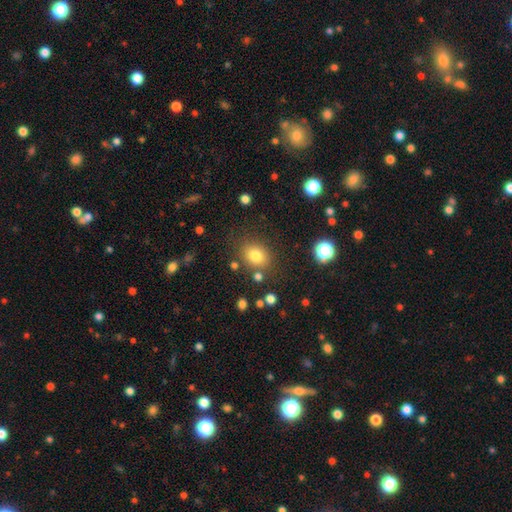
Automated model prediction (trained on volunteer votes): A smooth galaxy with no disk features (79%) that is round (56%).

Vote fractions:
- Smooth or featured? smooth: 79% / star or artifact: 13% / featured or disk: 8%
- How rounded? round: 56% / in between: 43% / cigar-shaped: 1%
- Merging? none: 78% / minor disturbance: 12% / merger: 5% / major disturbance: 5%